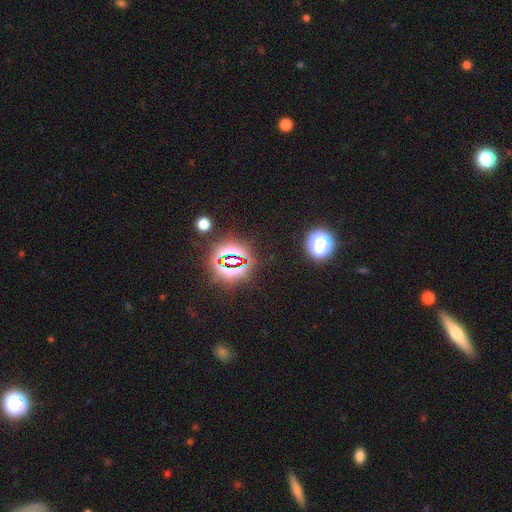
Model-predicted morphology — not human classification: Smooth or featured? star or artifact (80%)